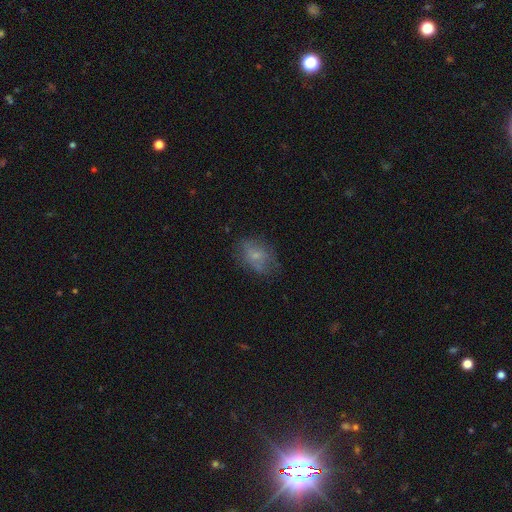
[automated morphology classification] Smooth or featured? Predicted: smooth (p=0.56). How rounded? Predicted: in between (p=0.70). Merging? Predicted: none (p=0.58).